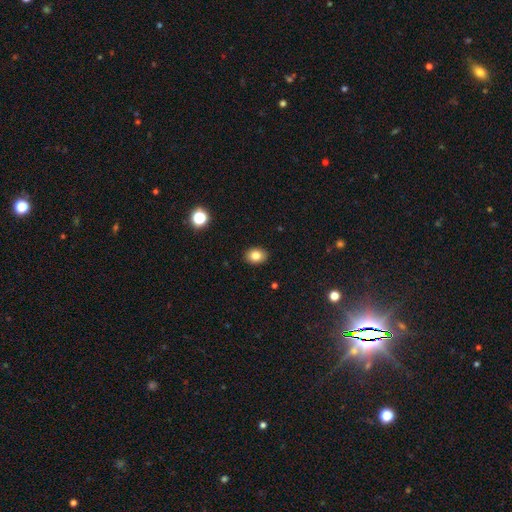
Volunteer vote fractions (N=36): This is clearly a smooth galaxy (92%). How rounded: likely in between (67%). Merging: clearly none (89%).